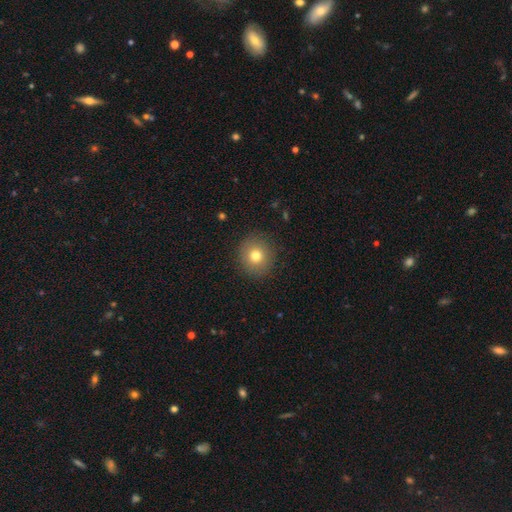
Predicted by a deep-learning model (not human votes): The model was most divided on "smooth or featured": smooth: 77%, star or artifact: 12%, featured or disk: 11%. More confident: how rounded — round (90%); merging — none (90%).